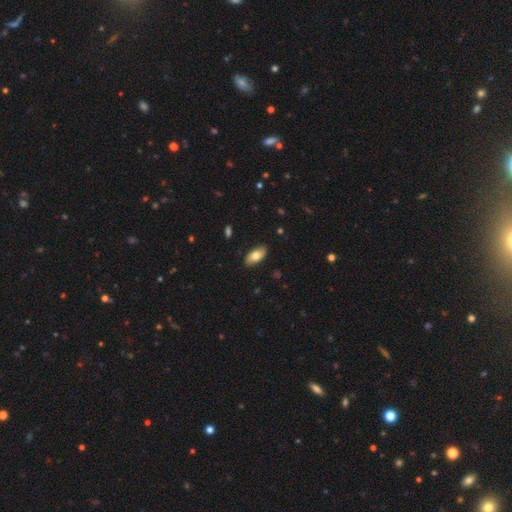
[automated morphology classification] smooth_or_featured: smooth (p=0.72) [alt: featured or disk p=0.22]
how_rounded: in between (p=0.91) [alt: cigar-shaped p=0.06]
merging: none (p=0.87) [alt: minor disturbance p=0.10]